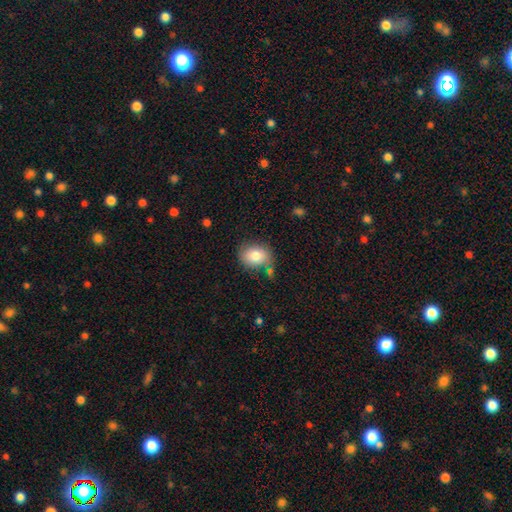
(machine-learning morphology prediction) Smooth or featured: smooth — 80% (featured or disk — 12%)
How rounded: in between — 55% (round — 44%)
Merging: none — 74% (minor disturbance — 16%)